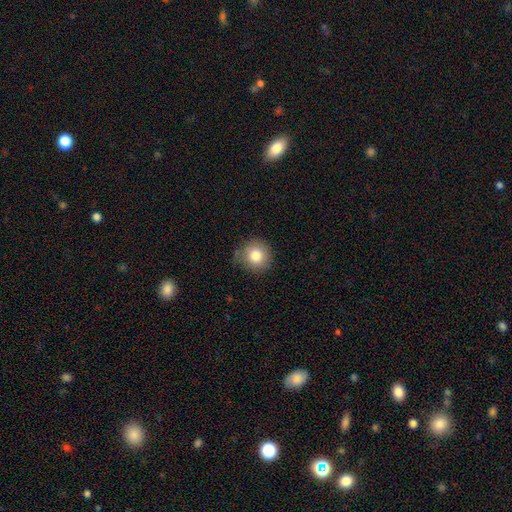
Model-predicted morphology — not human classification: This is clearly a smooth galaxy (82%). How rounded: clearly round (92%). Merging: clearly none (80%).